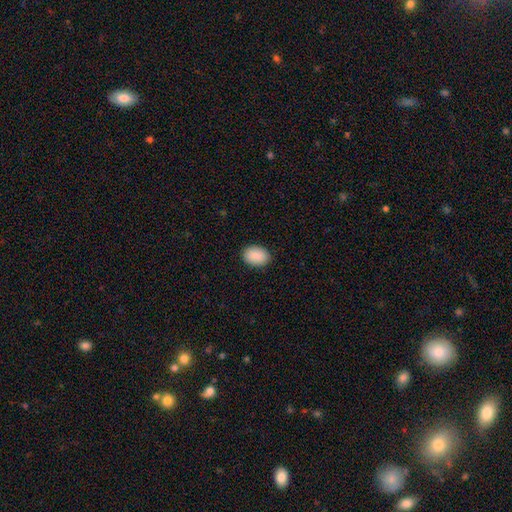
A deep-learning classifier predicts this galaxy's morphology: A smooth galaxy with no disk features (91%) that is in between round and cigar-shaped (82%). Merging: none (89%).